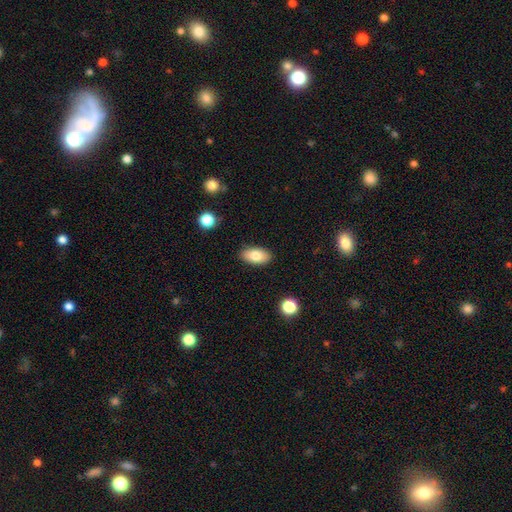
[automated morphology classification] smooth 79%, featured or disk 13%, star or artifact 7%. Down the decision tree: how rounded — in between (93%); merging — none (88%).